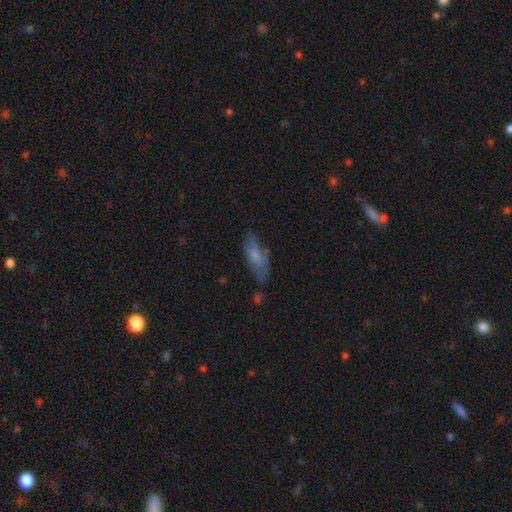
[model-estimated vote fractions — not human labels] smooth_or_featured: smooth (p=0.63) [alt: featured or disk p=0.29]
how_rounded: in between (p=0.63) [alt: cigar-shaped p=0.35]
merging: none (p=0.56) [alt: minor disturbance p=0.27]